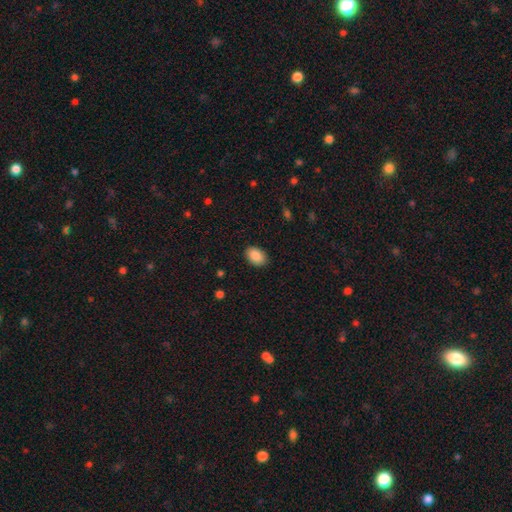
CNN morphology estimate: Q: Smooth or featured?
A: smooth (89%); runner-up: star or artifact (7%)
Q: How rounded?
A: in between (86%); runner-up: round (13%)
Q: Merging?
A: none (89%); runner-up: minor disturbance (8%)